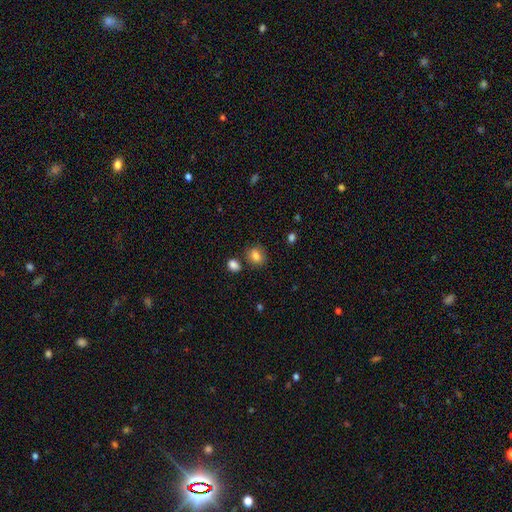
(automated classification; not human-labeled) Smooth or featured? Predicted: smooth (p=0.82). How rounded? Predicted: round (p=0.54). Merging? Predicted: none (p=0.76).